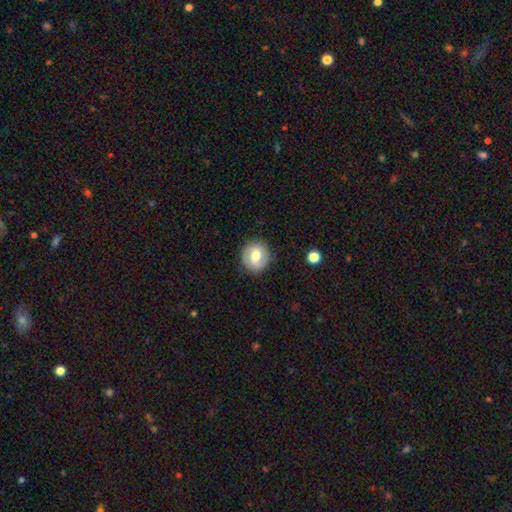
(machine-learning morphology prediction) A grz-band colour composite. It shows a smooth galaxy with no disk features (59%) that is round (78%). Merging: none (83%).